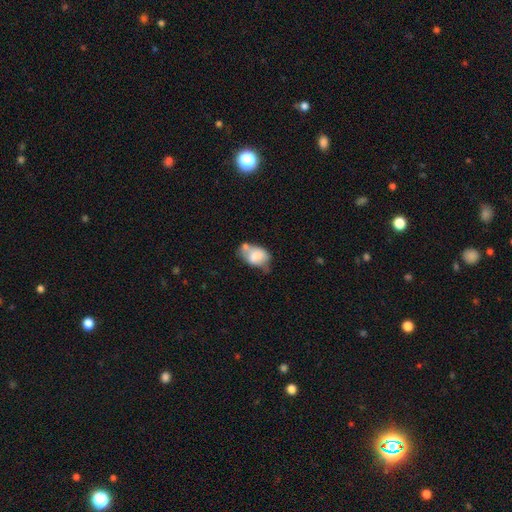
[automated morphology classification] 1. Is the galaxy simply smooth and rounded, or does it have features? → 71% smooth, 20% featured or disk, 8% star or artifact.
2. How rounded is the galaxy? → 83% in between, 15% round, 1% cigar-shaped.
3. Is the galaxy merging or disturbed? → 29% minor disturbance (tied), 29% none (tied), 27% merger, 16% major disturbance.